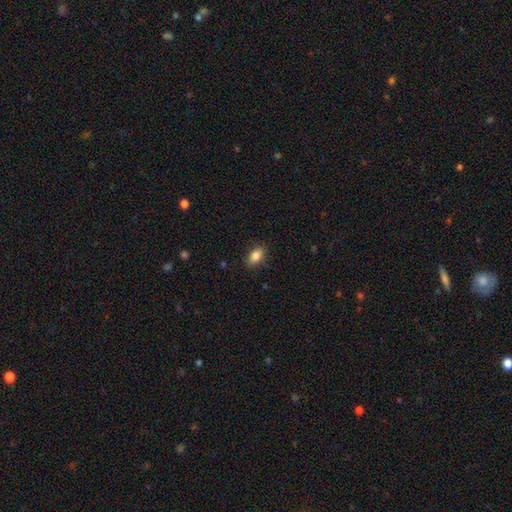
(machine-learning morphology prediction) A smooth galaxy with no disk features (85%) that is in between round and cigar-shaped (89%). Merging: none (86%).